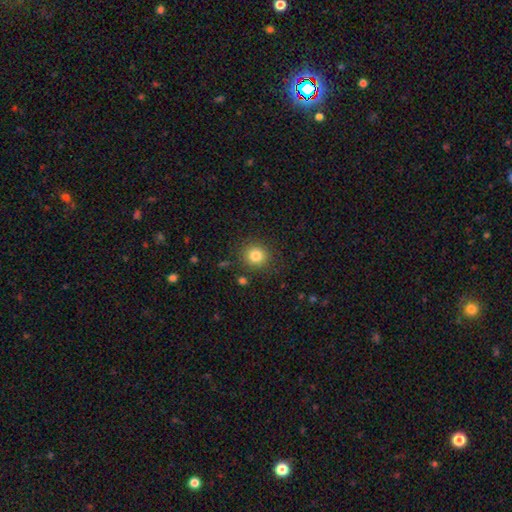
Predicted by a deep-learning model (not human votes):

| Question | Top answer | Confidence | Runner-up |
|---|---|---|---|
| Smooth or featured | smooth | 82% | star or artifact (11%) |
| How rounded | round | 86% | in between (13%) |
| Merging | none | 87% | minor disturbance (8%) |